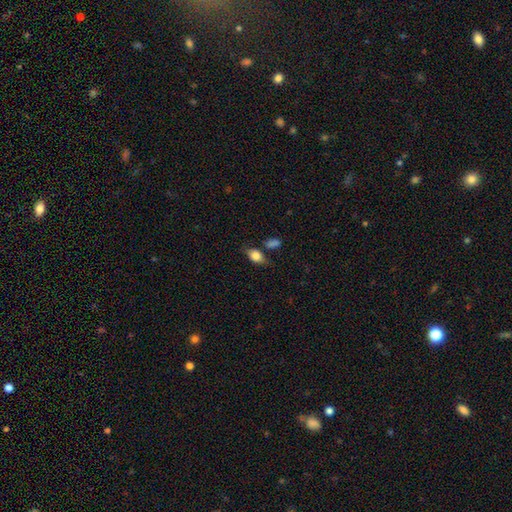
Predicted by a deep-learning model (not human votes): Overall: smooth (79%). How rounded: in between (80%). Merging: none (62%; minor disturbance 23%).